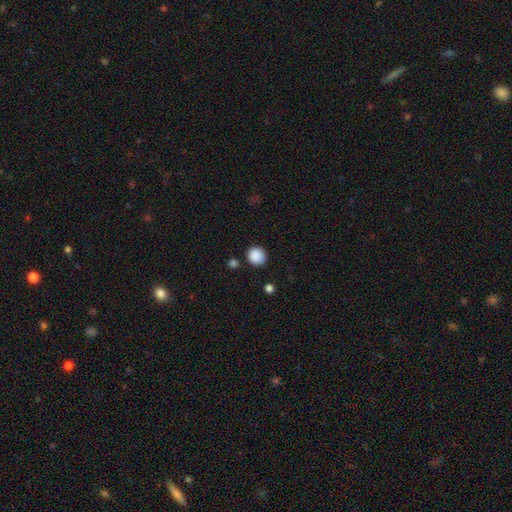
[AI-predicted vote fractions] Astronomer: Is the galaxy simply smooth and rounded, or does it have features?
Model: smooth — 88%.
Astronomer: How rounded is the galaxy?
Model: round — 89%.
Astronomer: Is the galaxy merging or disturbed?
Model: none — 86%.